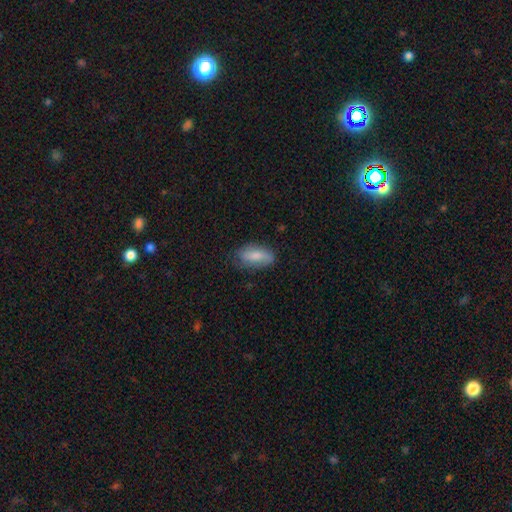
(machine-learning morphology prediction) A smooth galaxy with no disk features (73%) that is in between round and cigar-shaped (87%). Merging: none (71%).